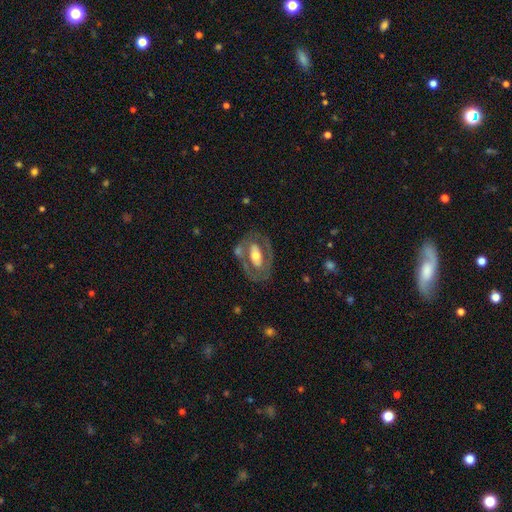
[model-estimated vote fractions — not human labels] This appears to be a featured or disk galaxy (64%) with no bar (49%), no spiral arms (68%) and a moderate central bulge (62%). Merging: none (65%).